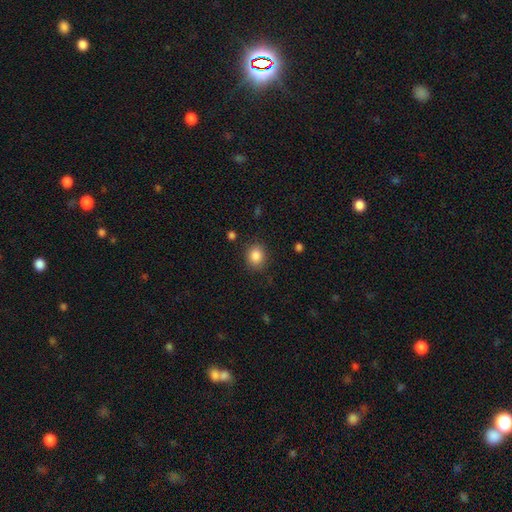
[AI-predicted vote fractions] This appears to be a smooth galaxy with no disk features (86%) that is round (67%). Merging: none (85%).